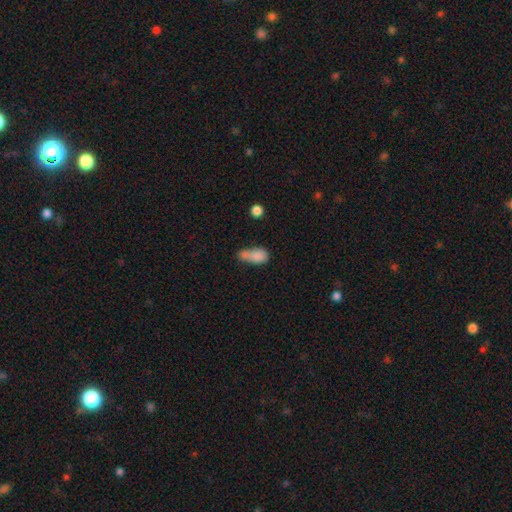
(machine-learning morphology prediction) smooth-or-featured: smooth: 80% | featured or disk: 11% | star or artifact: 10%
  how-rounded: in between: 80% | cigar-shaped: 12% | round: 8%
  merging: merger: 30% | none: 29% | minor disturbance: 27% | major disturbance: 14%